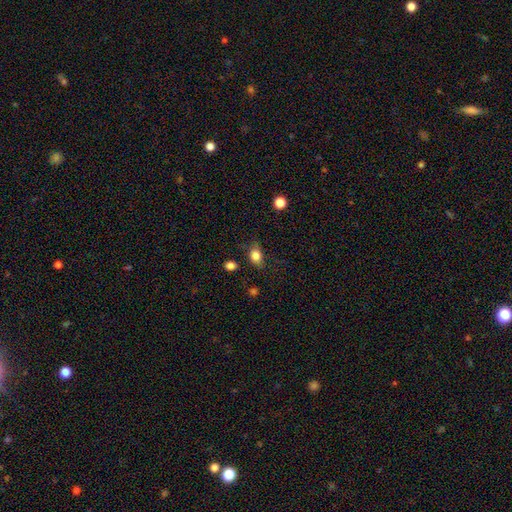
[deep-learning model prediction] Q: Smooth or featured?
A: smooth (82%); runner-up: star or artifact (10%)
Q: How rounded?
A: in between (66%); runner-up: round (32%)
Q: Merging?
A: none (67%); runner-up: minor disturbance (23%)